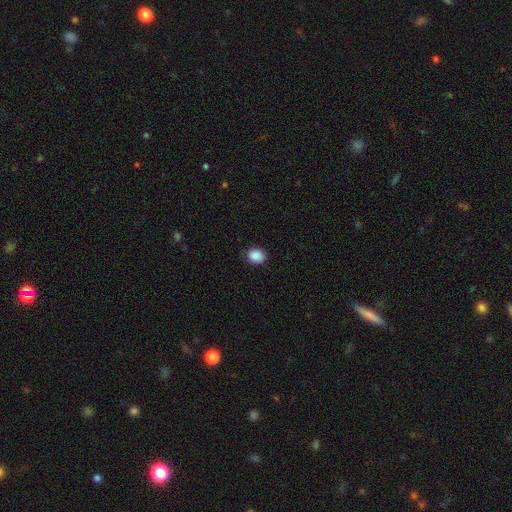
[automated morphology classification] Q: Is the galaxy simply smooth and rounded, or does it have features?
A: smooth — 89%.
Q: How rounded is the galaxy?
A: round — 60%.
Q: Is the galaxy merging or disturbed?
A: none — 87%.